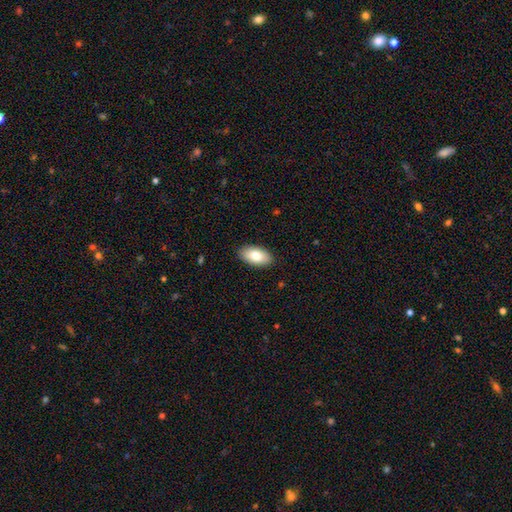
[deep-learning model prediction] Smooth or featured: smooth — 80% (featured or disk — 14%)
How rounded: in between — 94% (round — 4%)
Merging: none — 88% (minor disturbance — 9%)